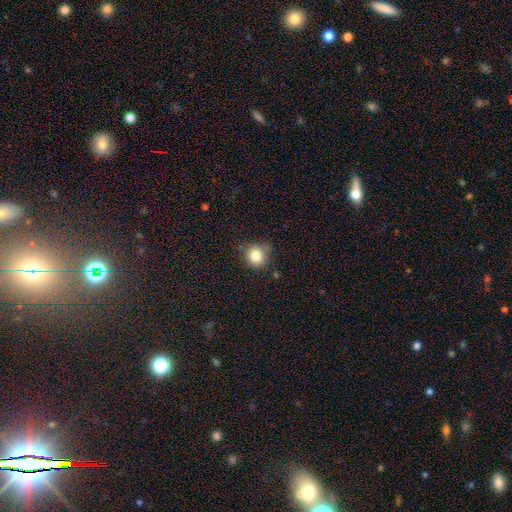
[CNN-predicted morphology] Smooth or featured: smooth — 82% (star or artifact — 11%)
How rounded: round — 86% (in between — 13%)
Merging: none — 73% (minor disturbance — 20%)